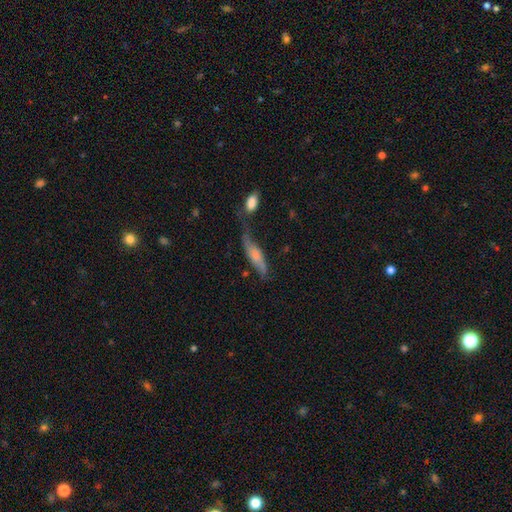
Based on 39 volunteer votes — Smooth or featured?
  - smooth: 69% *
  - featured or disk: 23%
  - star or artifact: 8%
How rounded?
  - cigar-shaped: 70% *
  - in between: 30%
  - round: 0%
Merging?
  - none: 44% *
  - minor disturbance: 31%
  - merger: 19%
  - major disturbance: 6%